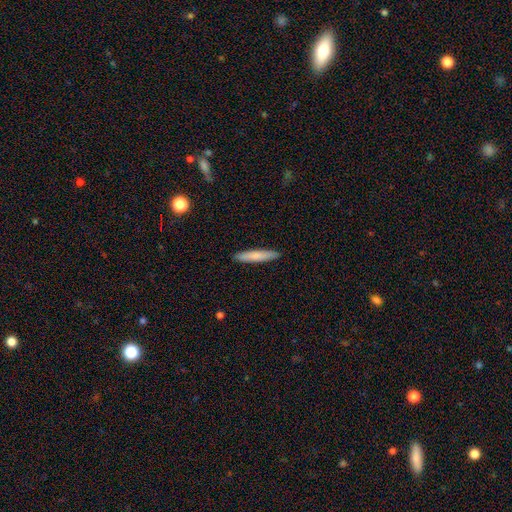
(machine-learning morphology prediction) smooth-or-featured: smooth: 76% | featured or disk: 19% | star or artifact: 5%
  how-rounded: cigar-shaped: 91% | in between: 8% | round: 1%
  merging: none: 91% | minor disturbance: 7% | major disturbance: 1% | merger: 1%